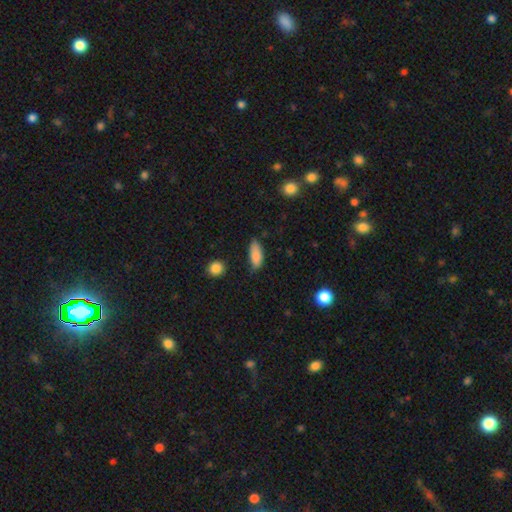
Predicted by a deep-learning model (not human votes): Q: Smooth or featured?
A: smooth (87%); runner-up: star or artifact (7%)
Q: How rounded?
A: in between (82%); runner-up: cigar-shaped (16%)
Q: Merging?
A: none (65%); runner-up: minor disturbance (28%)